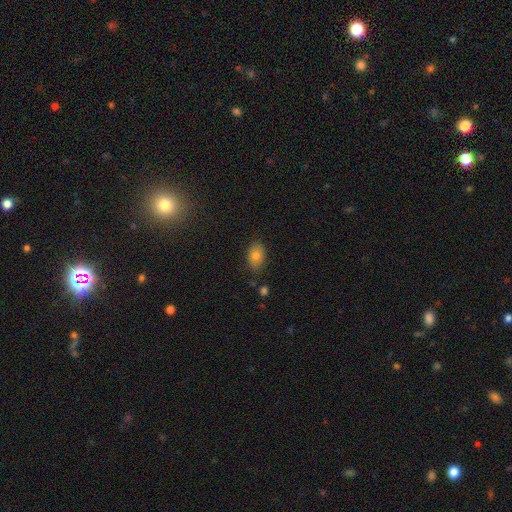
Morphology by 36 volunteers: Smooth or featured?
  - smooth: 83% *
  - featured or disk: 8%
  - star or artifact: 8%
How rounded?
  - in between: 87% *
  - round: 10%
  - cigar-shaped: 3%
Merging?
  - none: 73% *
  - minor disturbance: 24%
  - merger: 3%
  - major disturbance: 0%